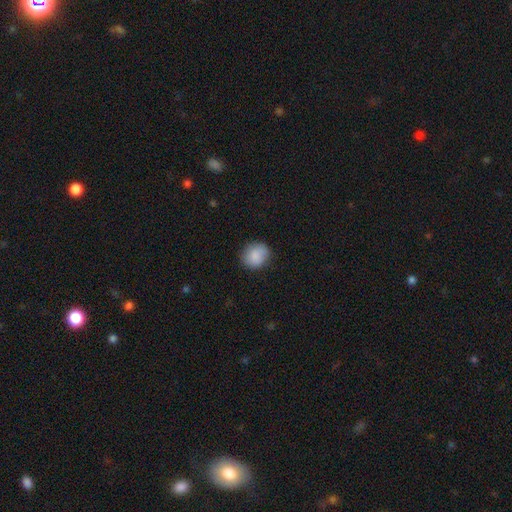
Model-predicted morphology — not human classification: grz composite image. It shows a smooth galaxy with no disk features (87%) that is round (75%). Merging: none (81%).